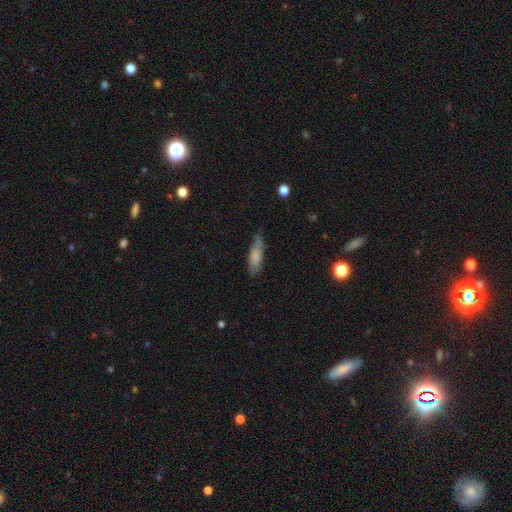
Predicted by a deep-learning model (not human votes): This is likely a smooth galaxy (70%). How rounded: possibly cigar-shaped (49%, tied with in between). Merging: likely none (63%).